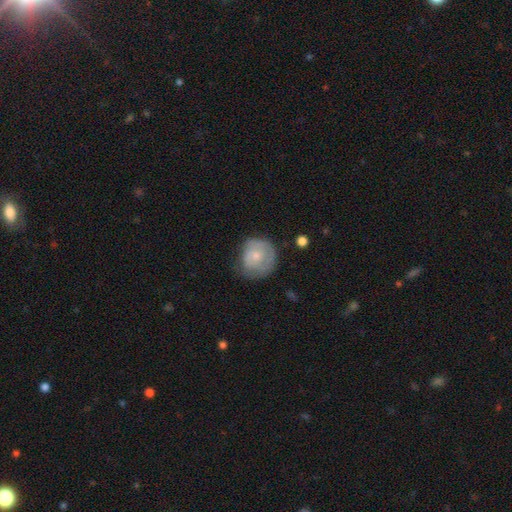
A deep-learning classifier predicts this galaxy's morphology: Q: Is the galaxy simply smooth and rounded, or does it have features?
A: smooth — 59%.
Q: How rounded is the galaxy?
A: round — 86%.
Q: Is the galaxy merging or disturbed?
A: none — 58%.